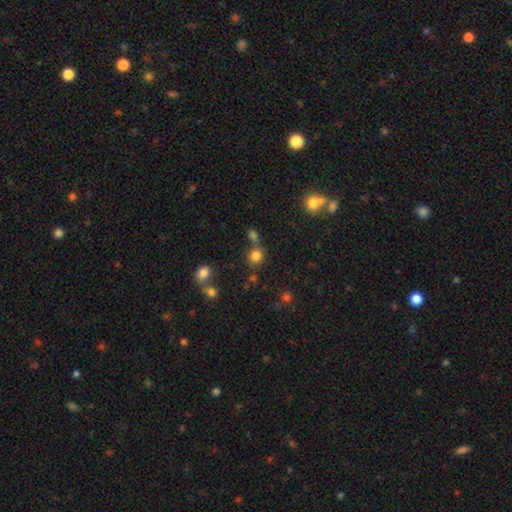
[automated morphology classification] Smooth or featured: smooth — 80% (star or artifact — 14%)
How rounded: round — 82% (in between — 17%)
Merging: none — 68% (merger — 19%)